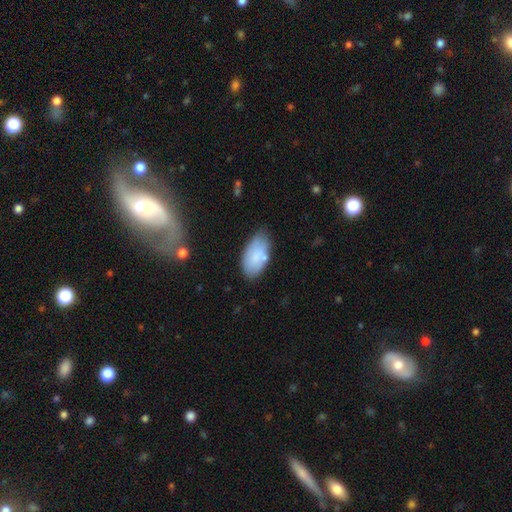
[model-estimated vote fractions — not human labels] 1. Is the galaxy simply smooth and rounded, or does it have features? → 78% smooth, 15% featured or disk, 7% star or artifact.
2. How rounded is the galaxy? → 95% in between, 3% round, 2% cigar-shaped.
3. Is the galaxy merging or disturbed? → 66% none, 23% minor disturbance, 6% merger, 5% major disturbance.